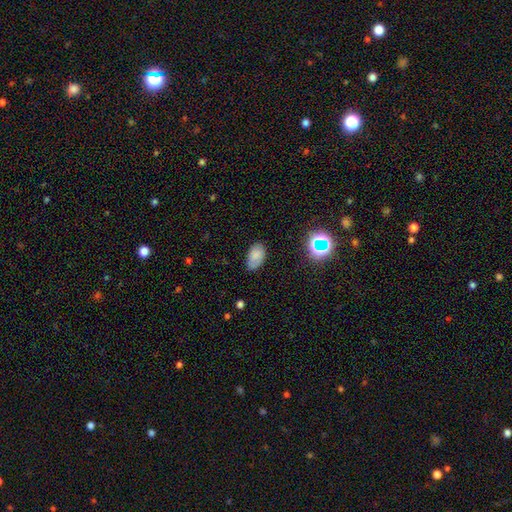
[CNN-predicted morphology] A smooth galaxy with no disk features (78%) that is in between round and cigar-shaped (92%). Merging: none (73%).